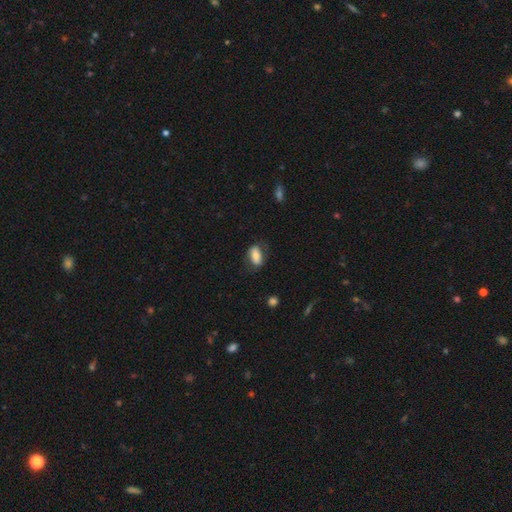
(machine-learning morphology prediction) smooth 76%, featured or disk 18%, star or artifact 7%. Down the decision tree: how rounded — in between (89%); merging — none (67%).